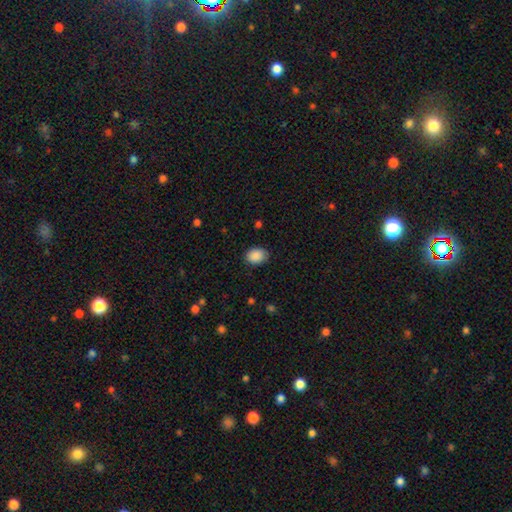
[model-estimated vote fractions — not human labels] Smooth or featured? smooth (89%)
How rounded? in between (61%)
Merging? none (83%)